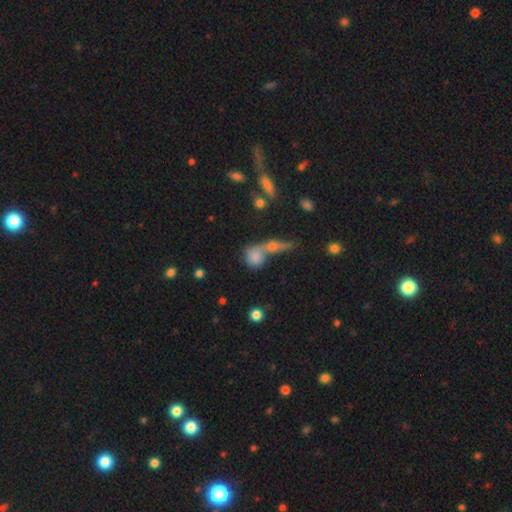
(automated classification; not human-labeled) Q: Smooth or featured?
A: smooth (73%); runner-up: featured or disk (15%)
Q: How rounded?
A: round (65%); runner-up: in between (28%)
Q: Merging?
A: merger (52%); runner-up: none (31%)